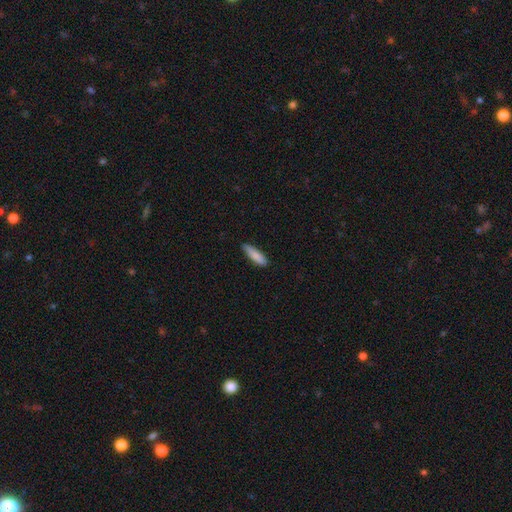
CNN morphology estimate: type=smooth (85%); roundness=cigar-shaped (66%); merging=none (82%).